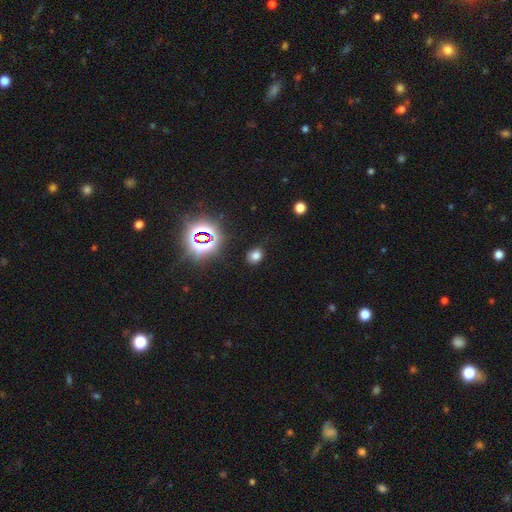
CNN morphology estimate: A smooth galaxy with no disk features (69%) that is in between round and cigar-shaped (52%). Merging: none (83%).